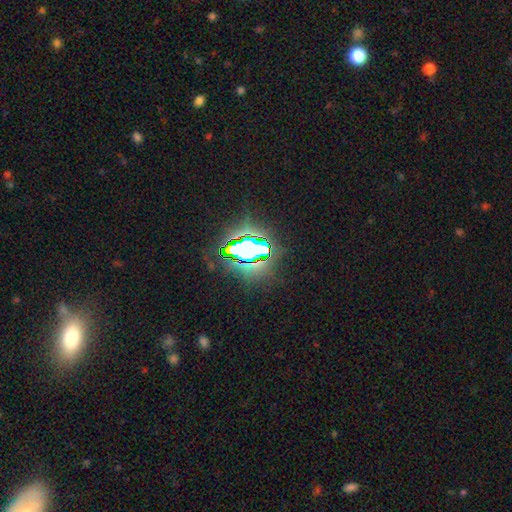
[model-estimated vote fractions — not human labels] smooth_or_featured: star or artifact (p=0.71) [alt: smooth p=0.17]